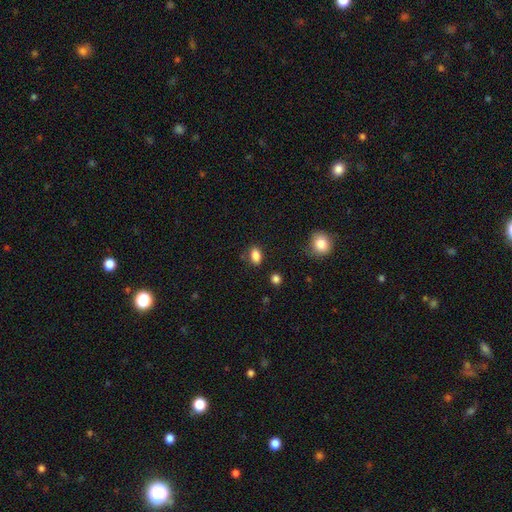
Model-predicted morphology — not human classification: Overall: smooth (86%). How rounded: in between (84%). Merging: none (79%).